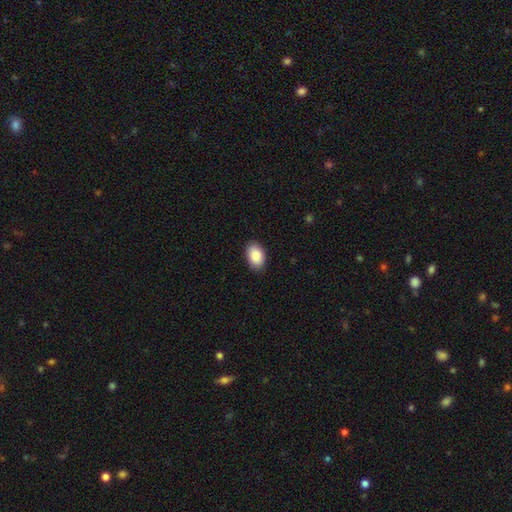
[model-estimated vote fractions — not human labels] The model was most divided on "merging": none: 89%, minor disturbance: 9%, major disturbance: 2%, merger: 1%. More confident: how rounded — in between (90%); smooth or featured — smooth (89%).